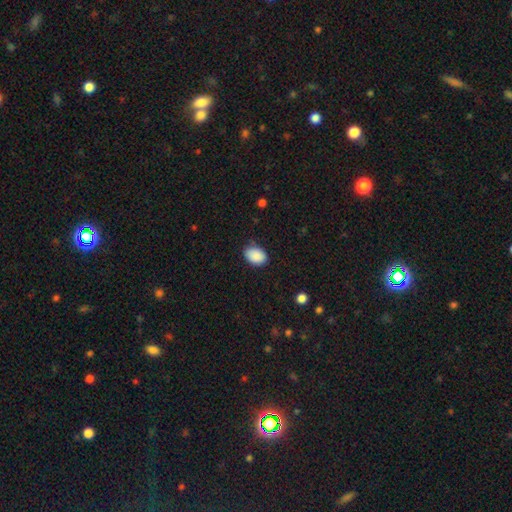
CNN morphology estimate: Smooth or featured? Predicted: smooth (p=0.89). How rounded? Predicted: in between (p=0.82). Merging? Predicted: none (p=0.78).